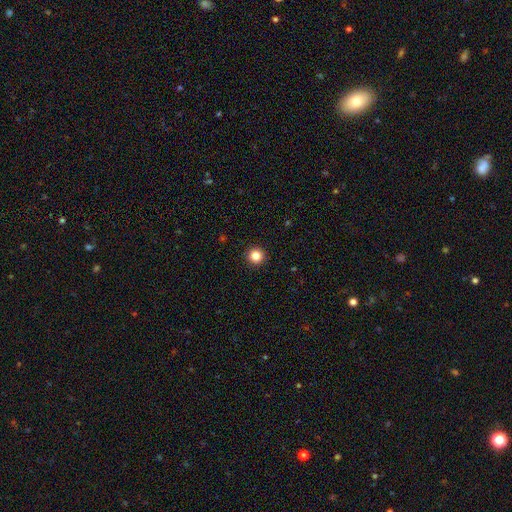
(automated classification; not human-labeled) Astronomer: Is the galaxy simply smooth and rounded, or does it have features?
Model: smooth — 84%.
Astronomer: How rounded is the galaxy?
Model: round — 95%.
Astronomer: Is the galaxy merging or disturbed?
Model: none — 93%.